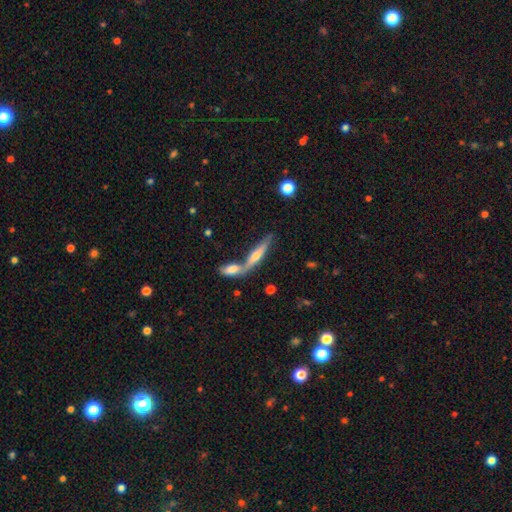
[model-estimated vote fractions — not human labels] Overall: featured or disk (55%; smooth 37%). Edge-on disk: yes (91%). Merging: none (48%; merger 39%).